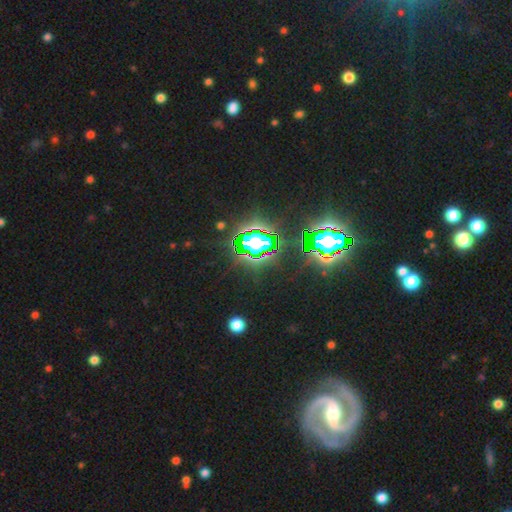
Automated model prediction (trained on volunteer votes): smooth_or_featured: star or artifact (p=0.50) [alt: featured or disk p=0.34]